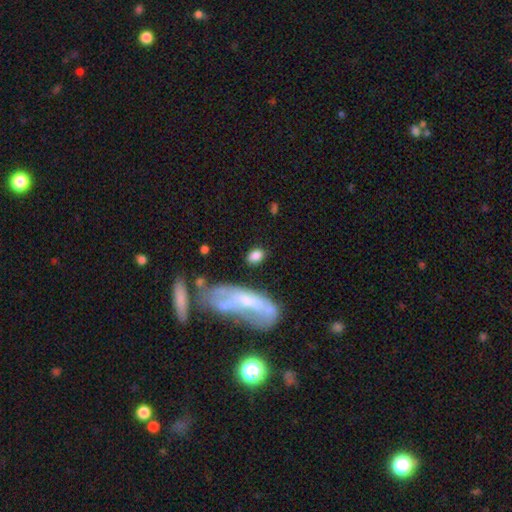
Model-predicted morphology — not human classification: This appears to be a smooth galaxy with no disk features (81%) that is in between round and cigar-shaped (71%). Merging: none (72%).